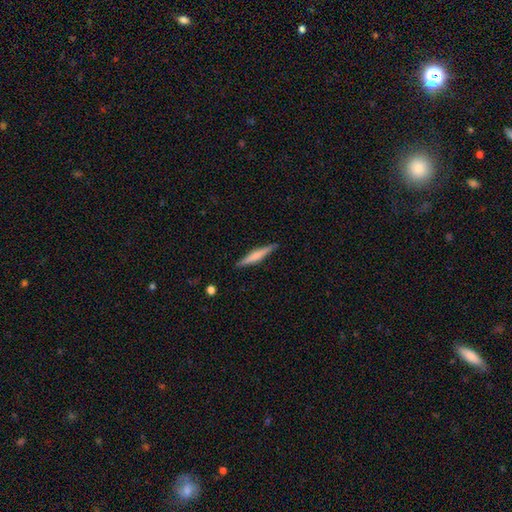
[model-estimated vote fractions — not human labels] Q: Smooth or featured?
A: smooth (51%); runner-up: featured or disk (43%)
Q: How rounded?
A: cigar-shaped (93%); runner-up: in between (5%)
Q: Merging?
A: none (88%); runner-up: minor disturbance (9%)